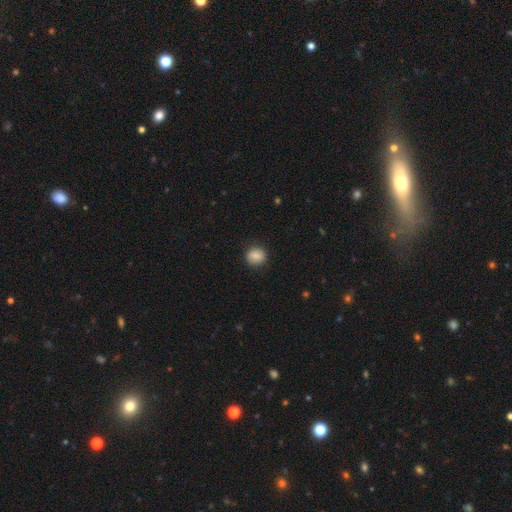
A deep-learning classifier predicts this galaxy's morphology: This appears to be a smooth galaxy with no disk features (86%) that is round (81%). Merging: none (87%).